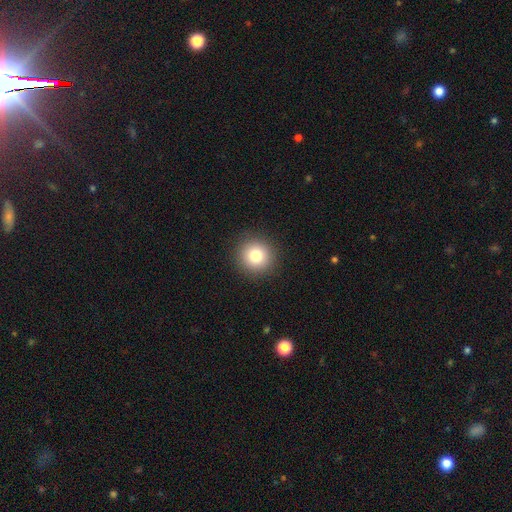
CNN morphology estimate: A smooth galaxy with no disk features (80%) that is round (94%).

Vote fractions:
- Smooth or featured? smooth: 80% / star or artifact: 11% / featured or disk: 9%
- How rounded? round: 94% / in between: 5% / cigar-shaped: 1%
- Merging? none: 92% / minor disturbance: 5% / major disturbance: 2% / merger: 1%